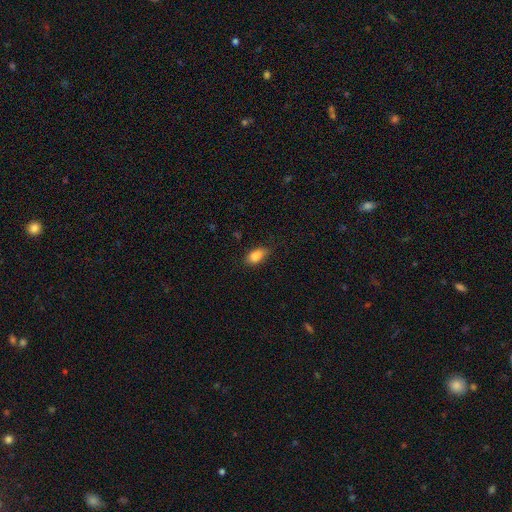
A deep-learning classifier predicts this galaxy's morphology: smooth-or-featured: smooth: 86% | star or artifact: 8% | featured or disk: 6%
  how-rounded: in between: 89% | round: 8% | cigar-shaped: 4%
  merging: none: 75% | minor disturbance: 20% | major disturbance: 4% | merger: 1%